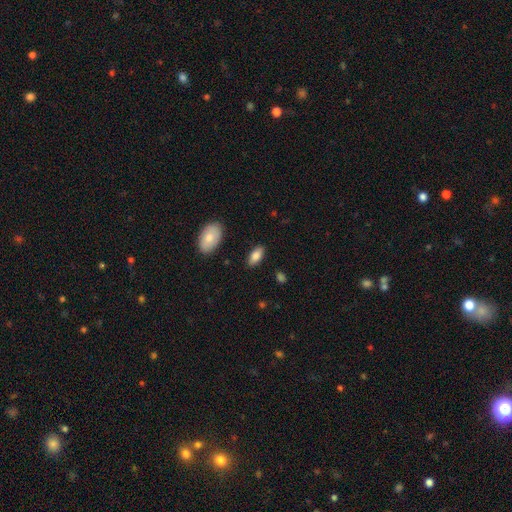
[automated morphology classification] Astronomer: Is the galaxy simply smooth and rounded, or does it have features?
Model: smooth — 81%.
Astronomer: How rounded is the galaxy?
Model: in between — 89%.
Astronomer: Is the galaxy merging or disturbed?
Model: none — 87%.